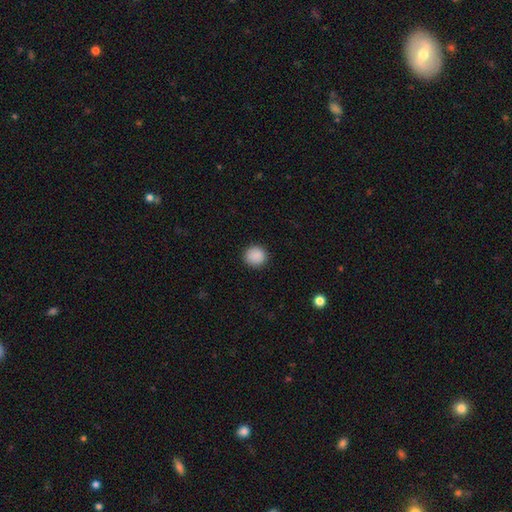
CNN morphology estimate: smooth_or_featured: smooth (p=0.89) [alt: star or artifact p=0.08]
how_rounded: round (p=0.93) [alt: in between p=0.07]
merging: none (p=0.92) [alt: minor disturbance p=0.06]